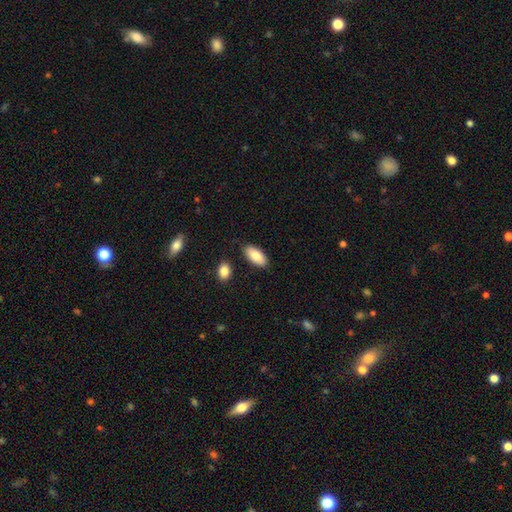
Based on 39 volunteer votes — smooth-or-featured: smooth: 85% | featured or disk: 10% | star or artifact: 5%
  how-rounded: in between: 85% | cigar-shaped: 12% | round: 3%
  merging: none: 92% | minor disturbance: 5% | major disturbance: 3% | merger: 0%